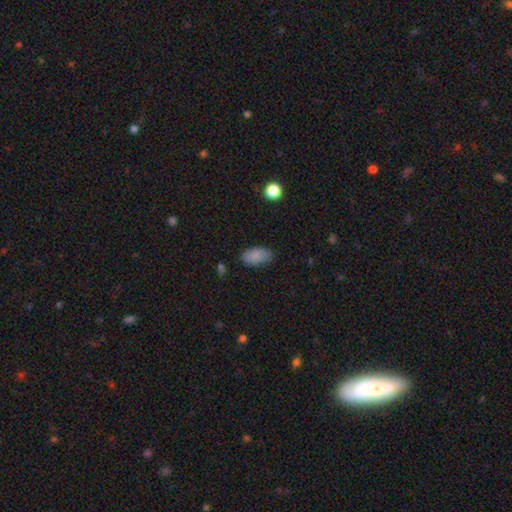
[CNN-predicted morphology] smooth 86%, star or artifact 7%, featured or disk 7%. Down the decision tree: how rounded — in between (93%); merging — none (81%).